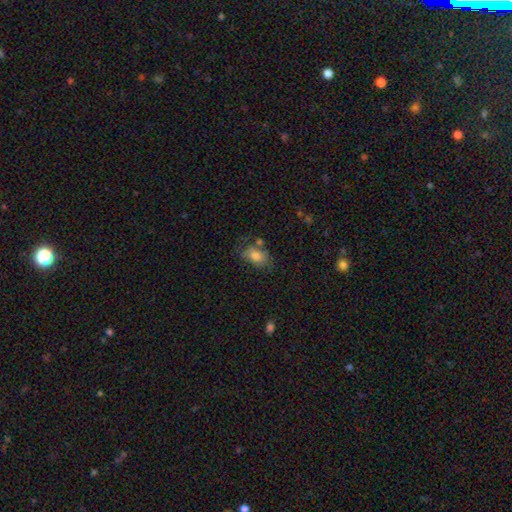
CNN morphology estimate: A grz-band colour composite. It shows a smooth galaxy with no disk features (76%) that is in between round and cigar-shaped (86%). Merging: none (52%).